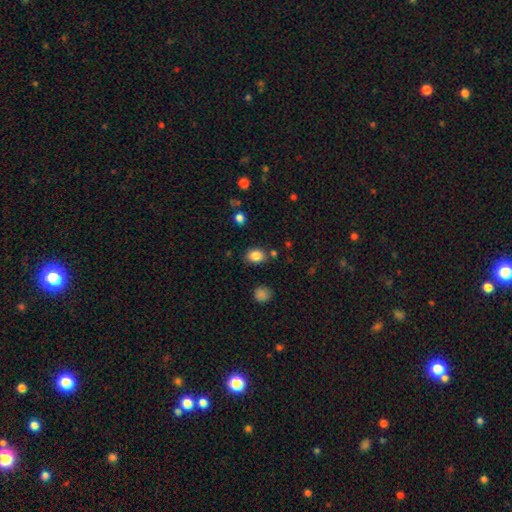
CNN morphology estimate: smooth 85%, star or artifact 10%, featured or disk 5%. Down the decision tree: how rounded — in between (66%); merging — none (79%).